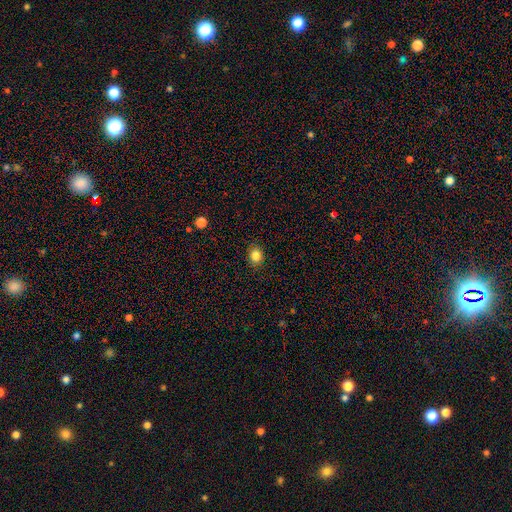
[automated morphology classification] The model was most divided on "how rounded": round: 58%, in between: 41%, cigar-shaped: 1%. More confident: merging — none (89%); smooth or featured — smooth (84%).